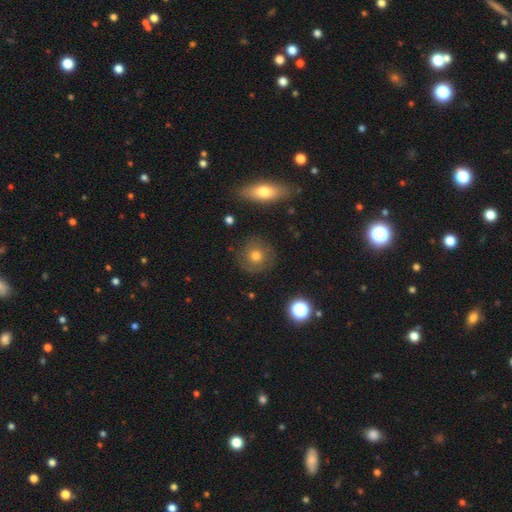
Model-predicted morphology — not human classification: Q: Smooth or featured?
A: smooth (60%); runner-up: featured or disk (27%)
Q: How rounded?
A: round (91%); runner-up: in between (8%)
Q: Merging?
A: none (83%); runner-up: minor disturbance (11%)